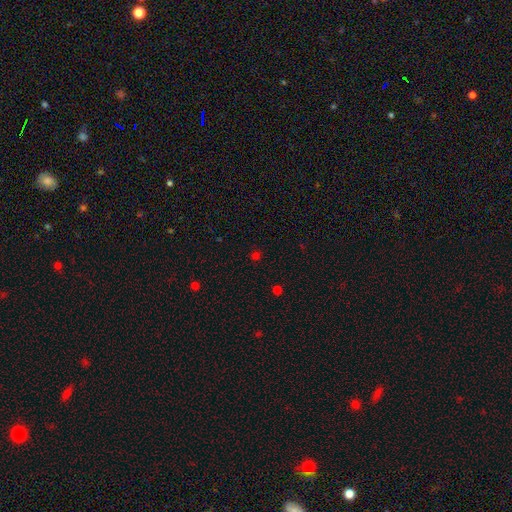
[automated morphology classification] A smooth galaxy with no disk features (56%) that is round (87%). Merging: none (85%).